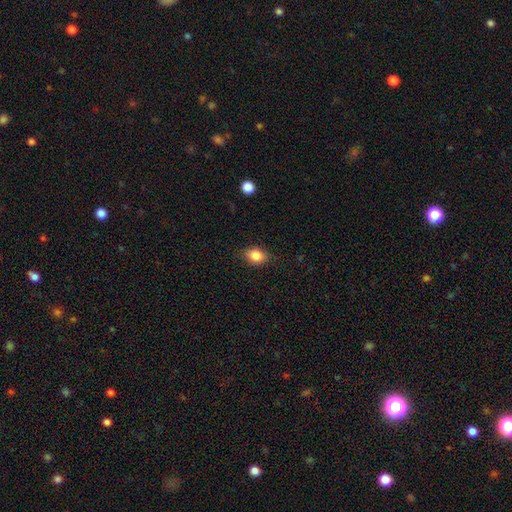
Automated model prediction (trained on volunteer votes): The model was most divided on "how rounded": in between: 70%, round: 29%, cigar-shaped: 1%. More confident: smooth or featured — smooth (84%); merging — none (82%).